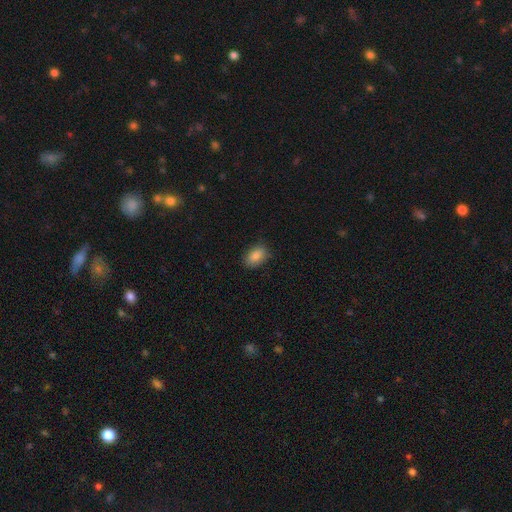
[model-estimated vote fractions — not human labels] smooth-or-featured: smooth: 87% | star or artifact: 8% | featured or disk: 6%
  how-rounded: in between: 88% | round: 10% | cigar-shaped: 2%
  merging: none: 83% | minor disturbance: 13% | major disturbance: 3% | merger: 1%